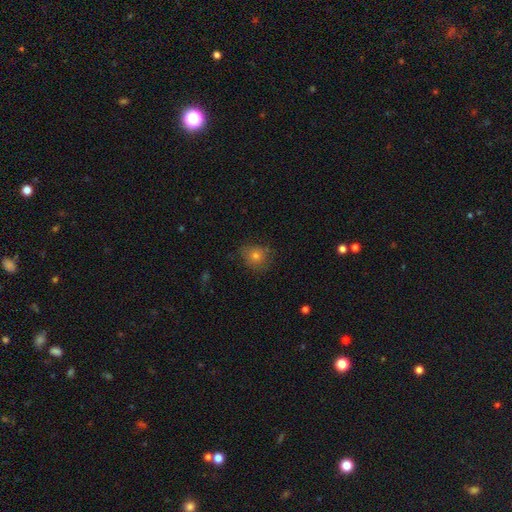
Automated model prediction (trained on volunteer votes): A smooth galaxy with no disk features (73%) that is round (75%). Merging: none (71%).